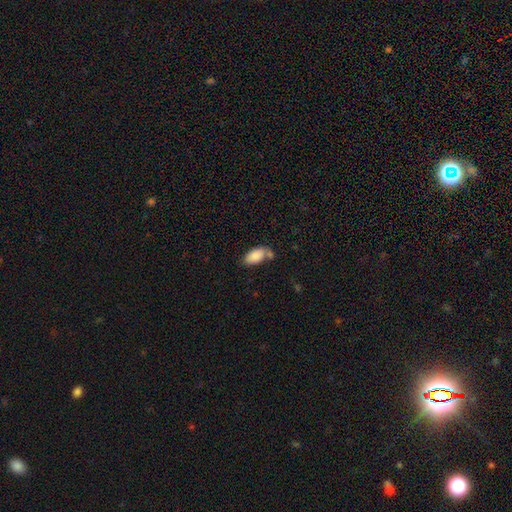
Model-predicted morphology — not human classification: Smooth or featured? smooth (86%)
How rounded? in between (93%)
Merging? none (53%)